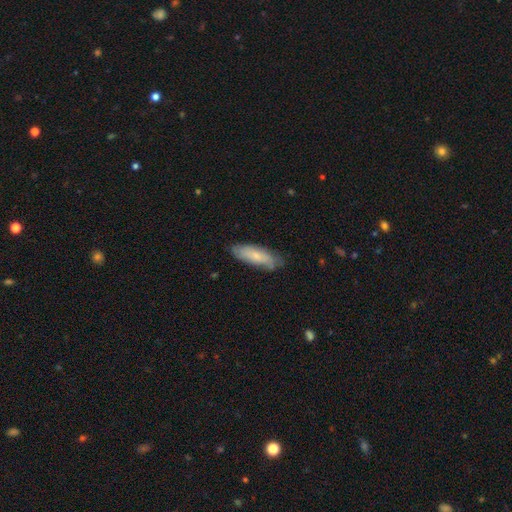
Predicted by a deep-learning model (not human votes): Smooth or featured?
  - smooth: 71% *
  - featured or disk: 24%
  - star or artifact: 6%
How rounded?
  - in between: 54% *
  - cigar-shaped: 45%
  - round: 2%
Merging?
  - none: 74% *
  - minor disturbance: 21%
  - major disturbance: 4%
  - merger: 1%